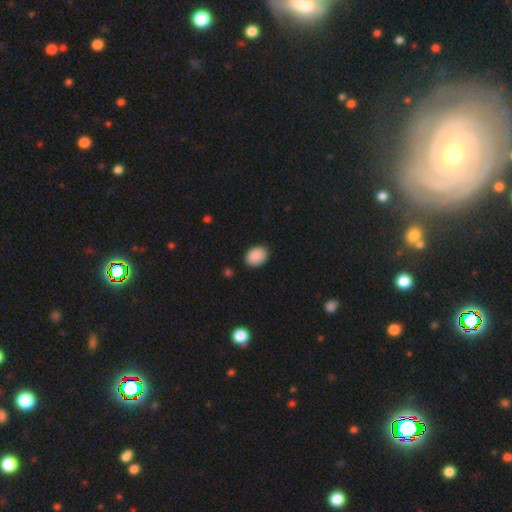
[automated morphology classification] A smooth galaxy with no disk features (90%) that is in between round and cigar-shaped (71%).

Vote fractions:
- Smooth or featured? smooth: 90% / star or artifact: 7% / featured or disk: 3%
- How rounded? in between: 71% / round: 28% / cigar-shaped: 1%
- Merging? none: 88% / minor disturbance: 9% / major disturbance: 2% / merger: 1%